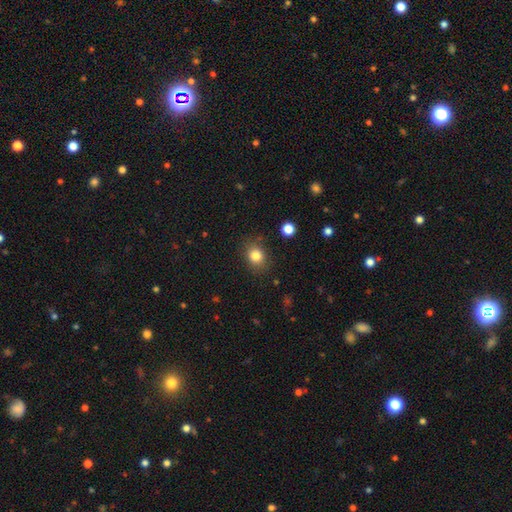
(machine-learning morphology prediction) Smooth or featured: smooth — 82% (star or artifact — 11%)
How rounded: round — 63% (in between — 36%)
Merging: none — 82% (minor disturbance — 12%)